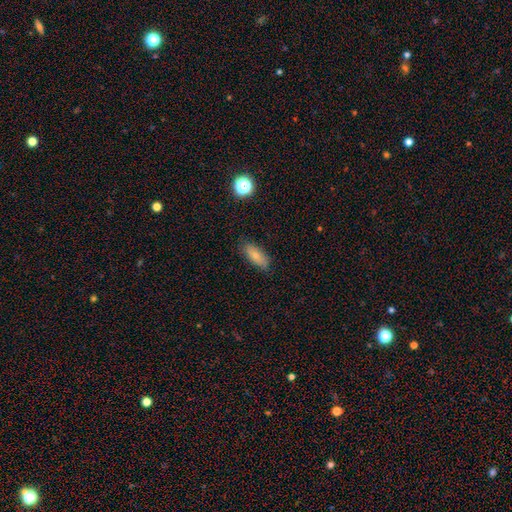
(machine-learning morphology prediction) A smooth galaxy with no disk features (78%) that is in between round and cigar-shaped (78%).

Vote fractions:
- Smooth or featured? smooth: 78% / featured or disk: 13% / star or artifact: 9%
- How rounded? in between: 78% / cigar-shaped: 19% / round: 3%
- Merging? none: 83% / minor disturbance: 13% / major disturbance: 3% / merger: 1%